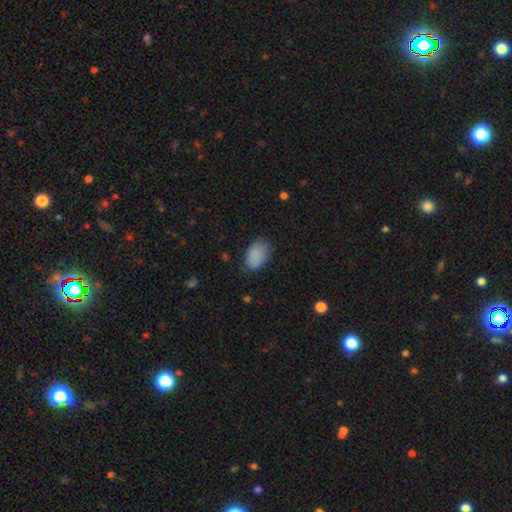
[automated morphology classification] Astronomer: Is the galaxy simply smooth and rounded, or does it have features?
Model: smooth — 88%.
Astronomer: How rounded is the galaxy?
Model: in between — 88%.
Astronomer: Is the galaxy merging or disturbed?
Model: none — 71%.